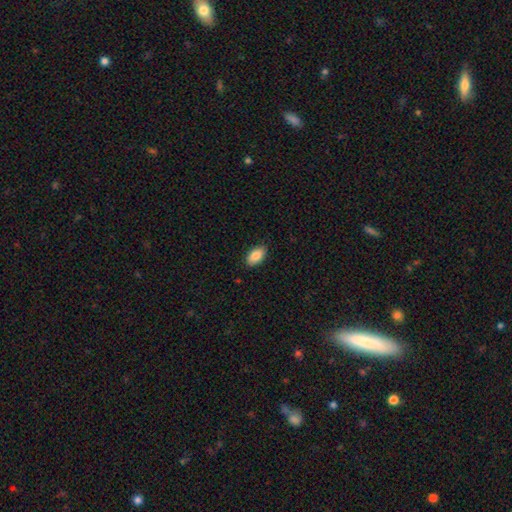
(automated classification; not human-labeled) smooth 86%, featured or disk 7%, star or artifact 7%. Down the decision tree: how rounded — in between (94%); merging — none (88%).